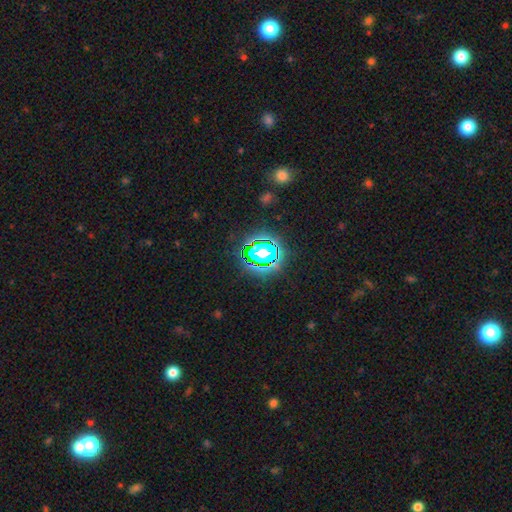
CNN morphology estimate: type=star or artifact (75%).